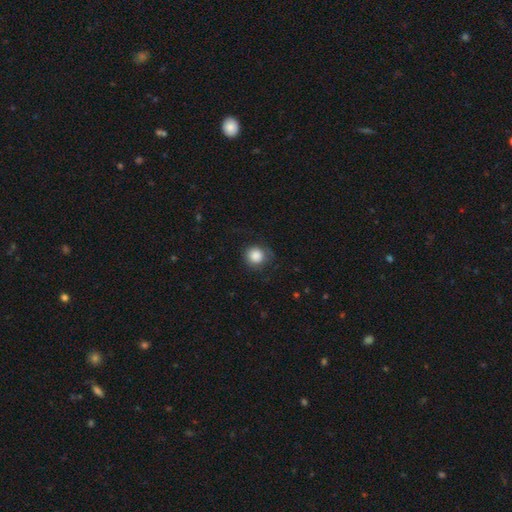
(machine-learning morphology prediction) Q: Smooth or featured?
A: smooth (85%); runner-up: star or artifact (9%)
Q: How rounded?
A: round (88%); runner-up: in between (11%)
Q: Merging?
A: none (72%); runner-up: minor disturbance (19%)